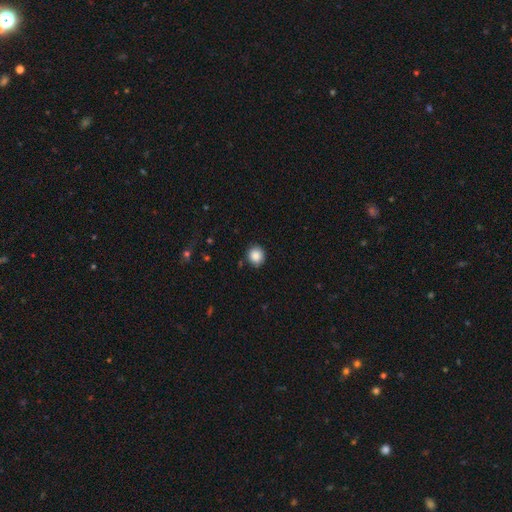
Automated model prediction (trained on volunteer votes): smooth 87%, star or artifact 9%, featured or disk 4%. Down the decision tree: how rounded — round (86%); merging — none (87%).